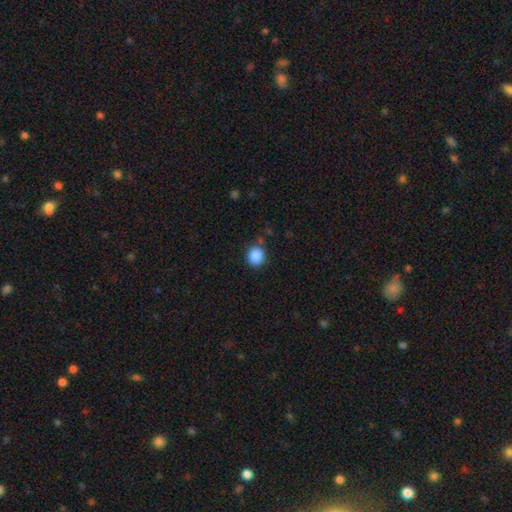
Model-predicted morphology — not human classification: Q: Smooth or featured?
A: smooth (87%); runner-up: star or artifact (9%)
Q: How rounded?
A: round (84%); runner-up: in between (15%)
Q: Merging?
A: none (82%); runner-up: minor disturbance (12%)